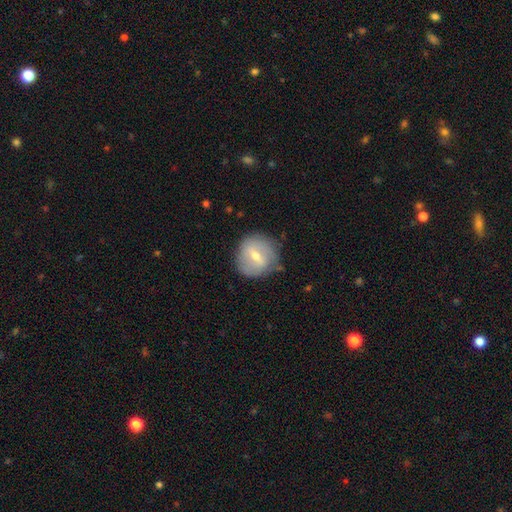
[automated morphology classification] Smooth or featured: smooth — 48% (featured or disk — 45%)
Merging: none — 72% (minor disturbance — 20%)